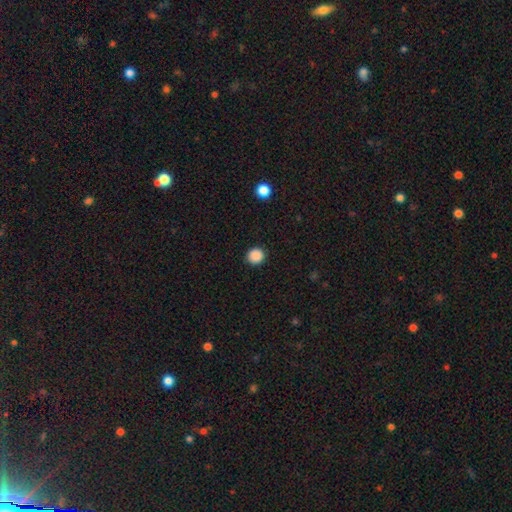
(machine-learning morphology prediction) Smooth or featured? smooth (88%)
How rounded? round (92%)
Merging? none (92%)